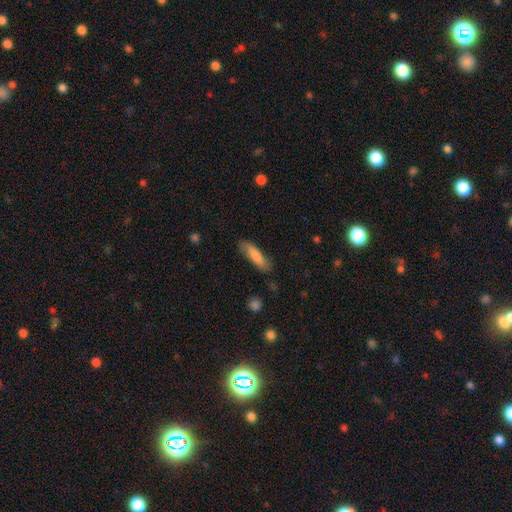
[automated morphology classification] smooth_or_featured: smooth (p=0.80) [alt: featured or disk p=0.14]
how_rounded: cigar-shaped (p=0.66) [alt: in between p=0.32]
merging: none (p=0.79) [alt: minor disturbance p=0.16]